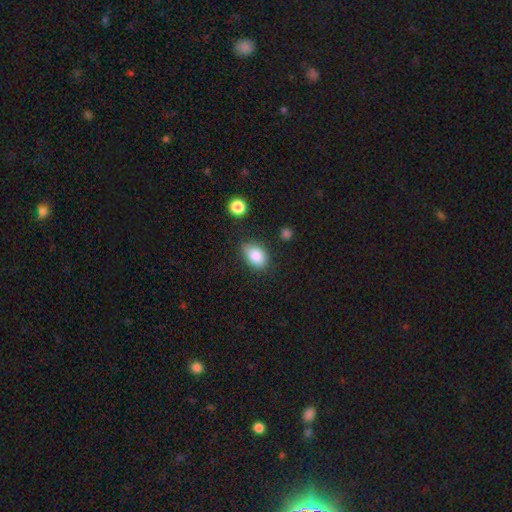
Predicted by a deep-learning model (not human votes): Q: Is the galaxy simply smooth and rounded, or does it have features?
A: smooth — 85%.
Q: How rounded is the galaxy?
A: in between — 82%.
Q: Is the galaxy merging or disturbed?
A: none — 67%.